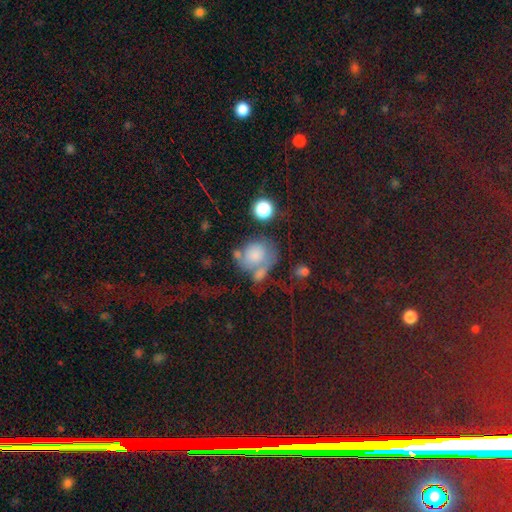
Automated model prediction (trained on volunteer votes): Smooth or featured? smooth (65%)
How rounded? round (68%)
Merging? merger (32%)